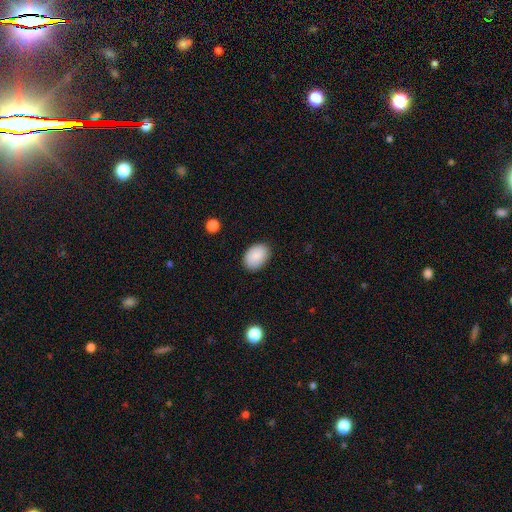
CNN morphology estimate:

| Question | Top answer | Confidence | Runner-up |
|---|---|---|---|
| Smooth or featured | smooth | 89% | star or artifact (7%) |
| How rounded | in between | 85% | round (14%) |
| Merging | none | 87% | minor disturbance (10%) |